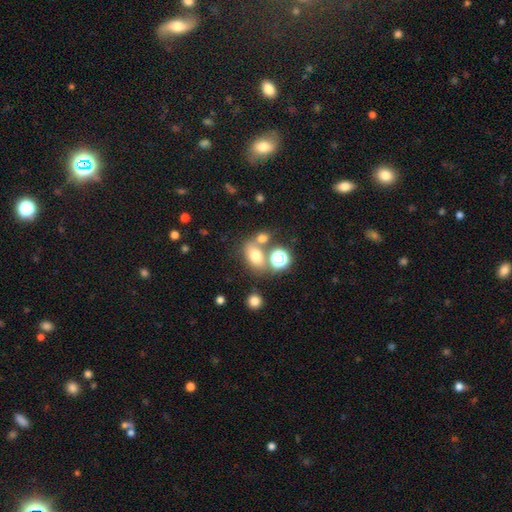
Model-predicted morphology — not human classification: Smooth or featured: smooth — 70% (star or artifact — 17%)
How rounded: in between — 68% (round — 30%)
Merging: none — 56% (merger — 25%)